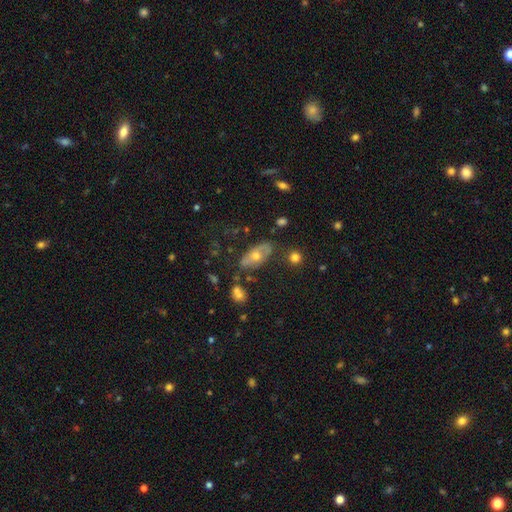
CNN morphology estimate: A smooth galaxy with no disk features (48%). Merging: none (67%).